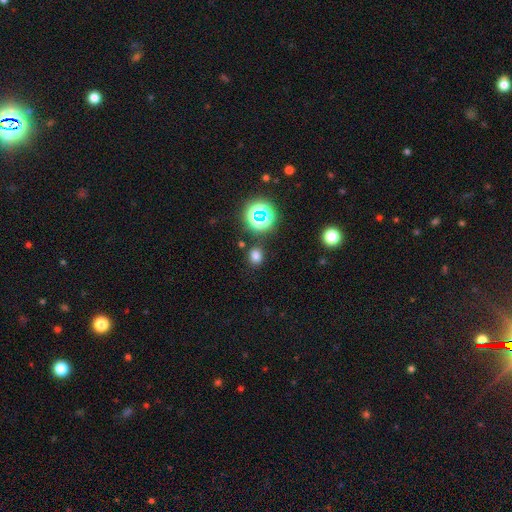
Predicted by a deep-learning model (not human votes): Overall: smooth (71%). How rounded: round (60%; in between 39%). Merging: none (84%).